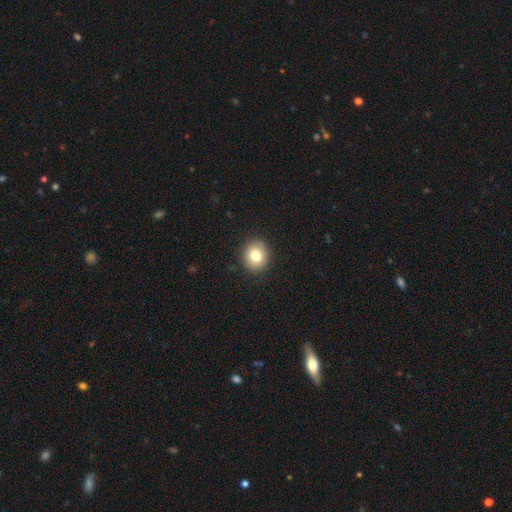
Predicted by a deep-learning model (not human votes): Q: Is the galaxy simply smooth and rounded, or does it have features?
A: smooth — 80%.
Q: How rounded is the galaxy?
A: round — 74%.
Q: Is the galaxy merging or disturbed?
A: none — 90%.